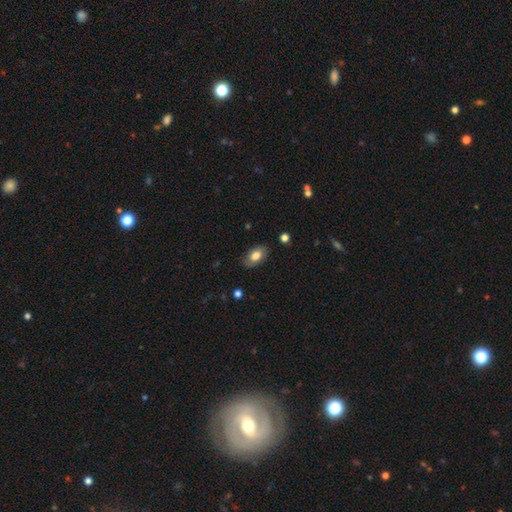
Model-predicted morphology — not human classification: smooth_or_featured: smooth (p=0.73) [alt: featured or disk p=0.20]
how_rounded: in between (p=0.92) [alt: round p=0.06]
merging: none (p=0.82) [alt: minor disturbance p=0.14]